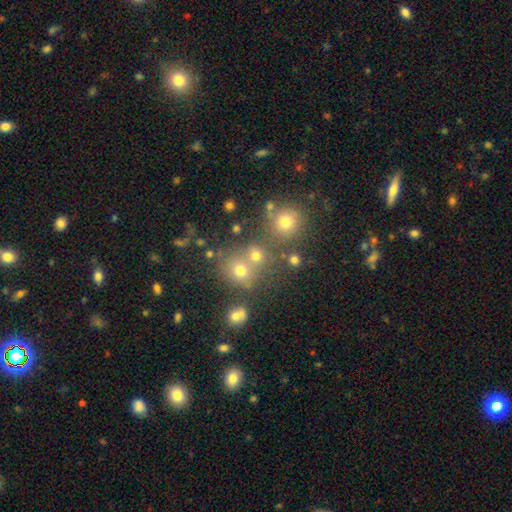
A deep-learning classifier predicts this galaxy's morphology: Overall: smooth (72%). How rounded: round (84%). Merging: none (60%; merger 28%).